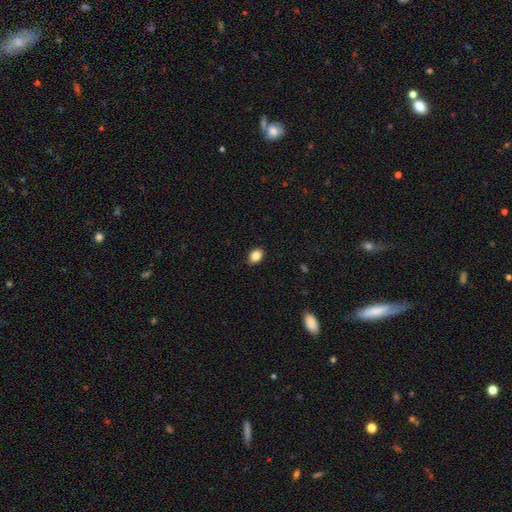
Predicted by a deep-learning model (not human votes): Smooth or featured? Predicted: smooth (p=0.85). How rounded? Predicted: in between (p=0.70). Merging? Predicted: none (p=0.89).